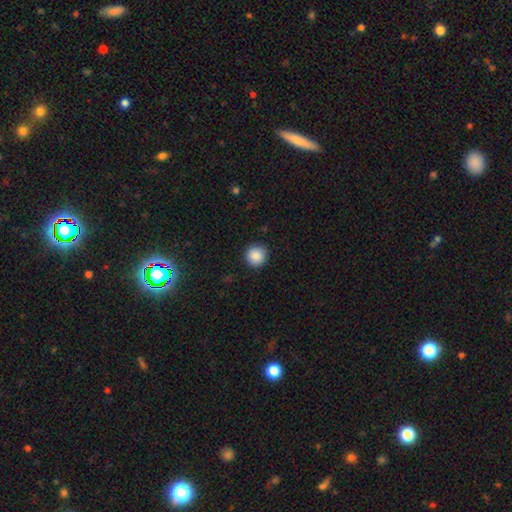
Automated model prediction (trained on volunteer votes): smooth_or_featured: smooth (p=0.88) [alt: star or artifact p=0.09]
how_rounded: round (p=0.95) [alt: in between p=0.04]
merging: none (p=0.91) [alt: minor disturbance p=0.06]